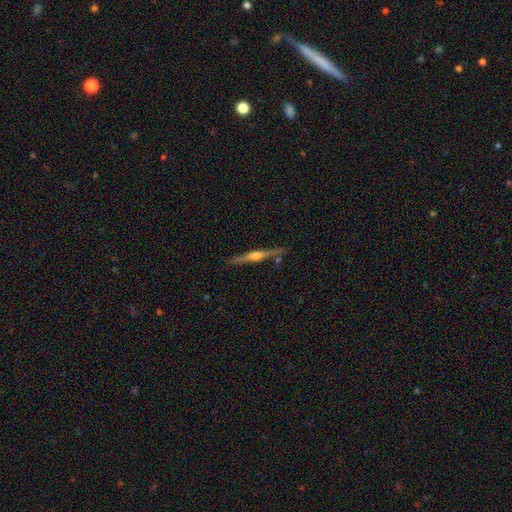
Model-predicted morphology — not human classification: A featured or disk galaxy (78%) viewed edge-on (98%) with a rounded central bulge (90%).

Vote fractions:
- Smooth or featured? featured or disk: 78% / smooth: 17% / star or artifact: 6%
- Edge-on disk? yes: 98% / no: 2%
- Edge-on bulge? rounded: 90% / boxy: 5% / none: 5%
- Merging? none: 86% / minor disturbance: 9% / merger: 3% / major disturbance: 2%